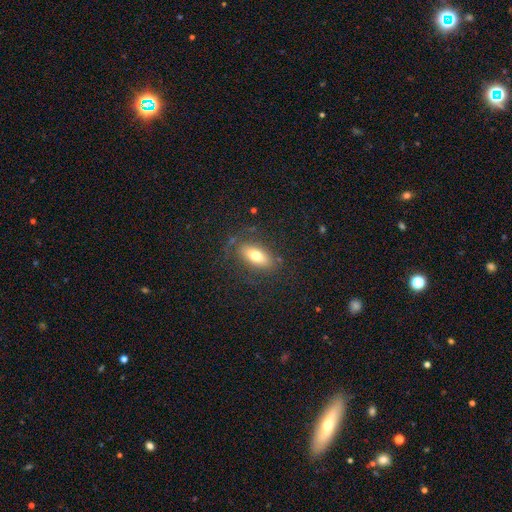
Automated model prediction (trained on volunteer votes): A smooth galaxy with no disk features (70%) that is in between round and cigar-shaped (82%).

Vote fractions:
- Smooth or featured? smooth: 70% / featured or disk: 21% / star or artifact: 9%
- How rounded? in between: 82% / cigar-shaped: 13% / round: 5%
- Merging? none: 79% / minor disturbance: 13% / major disturbance: 6% / merger: 2%